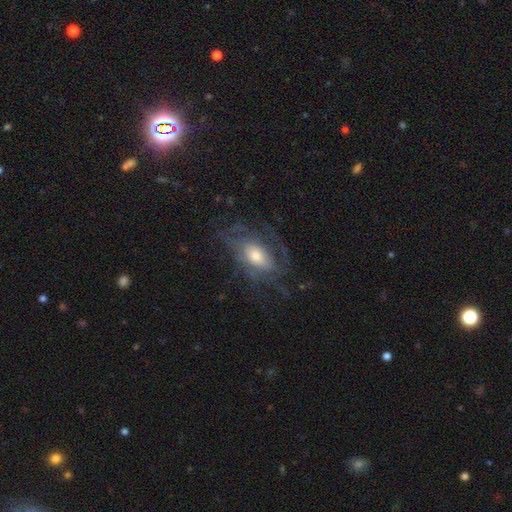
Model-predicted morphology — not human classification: Smooth or featured?
  - featured or disk: 66% *
  - smooth: 25%
  - star or artifact: 8%
Edge-on disk?
  - no: 92% *
  - yes: 8%
Bar?
  - no: 67% *
  - weak: 26%
  - strong: 7%
Spiral arms?
  - yes: 77% *
  - no: 23%
Bulge size?
  - moderate: 54% *
  - small: 22%
  - large: 20%
  - dominant: 2%
  - none: 2%
Merging?
  - none: 57% *
  - major disturbance: 22%
  - minor disturbance: 20%
  - merger: 1%